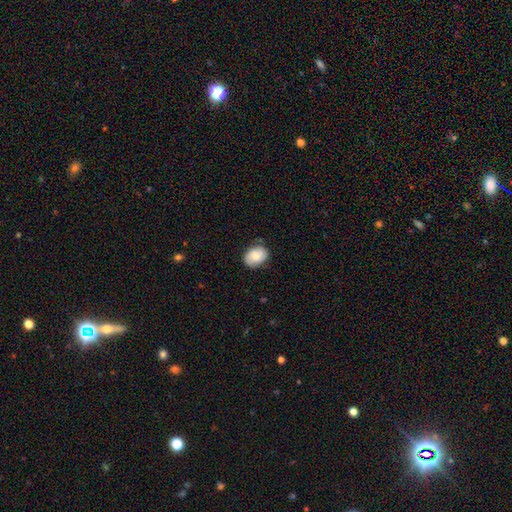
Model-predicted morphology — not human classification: Overall: smooth (81%). How rounded: in between (59%; round 40%). Merging: none (78%).